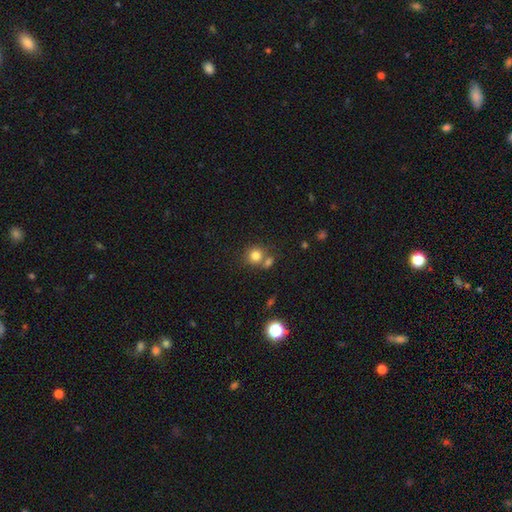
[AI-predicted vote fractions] Morphology: type=smooth (80%); roundness=round (86%); merging=none (57%).